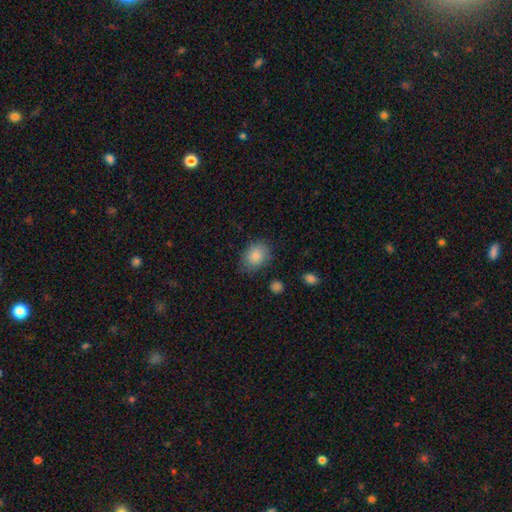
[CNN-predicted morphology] smooth_or_featured: smooth (p=0.86) [alt: star or artifact p=0.08]
how_rounded: in between (p=0.59) [alt: round p=0.40]
merging: none (p=0.77) [alt: minor disturbance p=0.17]